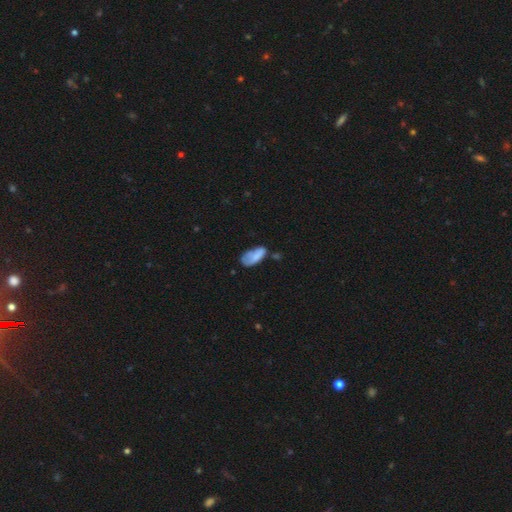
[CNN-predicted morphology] The model was most divided on "merging": none: 39%, minor disturbance: 34%, major disturbance: 19%, merger: 8%. More confident: how rounded — in between (87%); smooth or featured — smooth (73%).